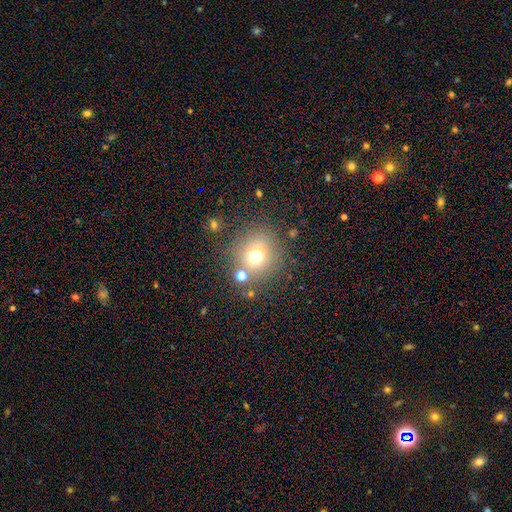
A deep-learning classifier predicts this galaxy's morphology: Smooth or featured?
  - smooth: 68% *
  - star or artifact: 19%
  - featured or disk: 14%
How rounded?
  - round: 88% *
  - in between: 11%
  - cigar-shaped: 1%
Merging?
  - none: 74% *
  - minor disturbance: 11%
  - merger: 9%
  - major disturbance: 6%